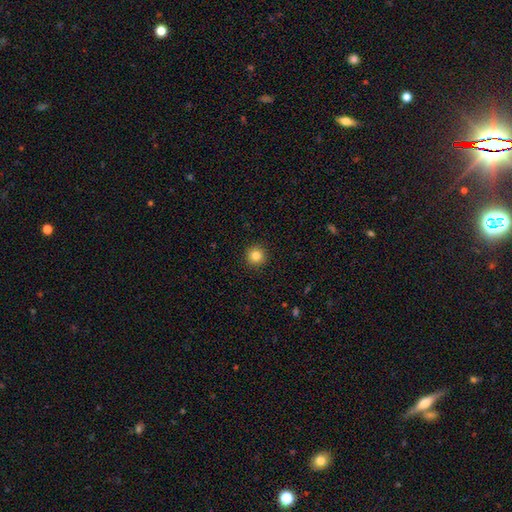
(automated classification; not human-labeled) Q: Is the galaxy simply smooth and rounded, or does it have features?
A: smooth — 83%.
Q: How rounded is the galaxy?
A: round — 96%.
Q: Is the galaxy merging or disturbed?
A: none — 93%.